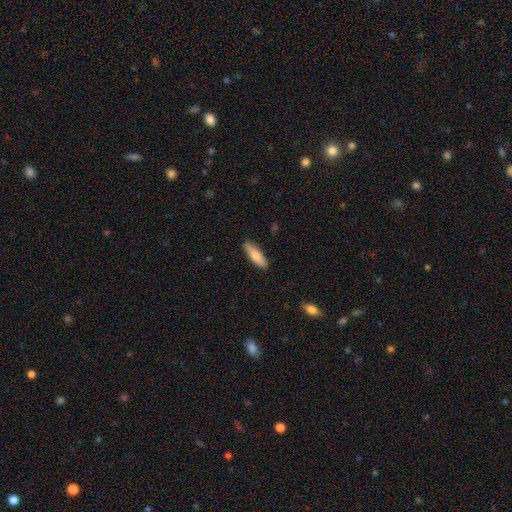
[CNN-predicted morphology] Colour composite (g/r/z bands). It shows a smooth galaxy with no disk features (78%) that is cigar-shaped (60%). Merging: none (88%).